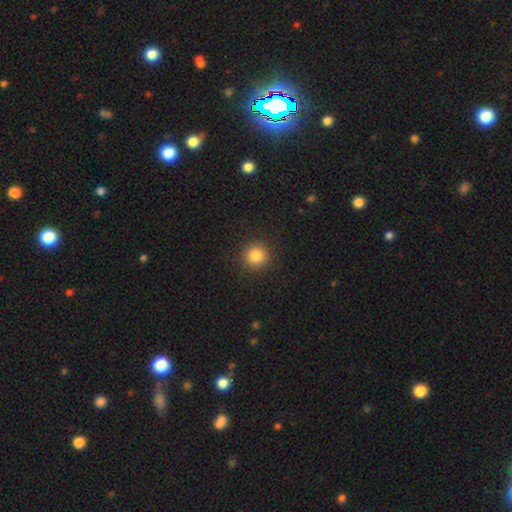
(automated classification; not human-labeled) Smooth or featured? smooth (84%)
How rounded? round (93%)
Merging? none (91%)